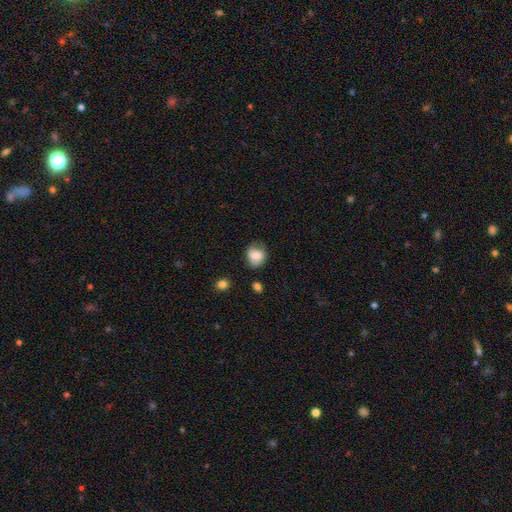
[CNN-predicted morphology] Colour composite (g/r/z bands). It shows a smooth galaxy with no disk features (72%) that is round (62%). Merging: none (59%).